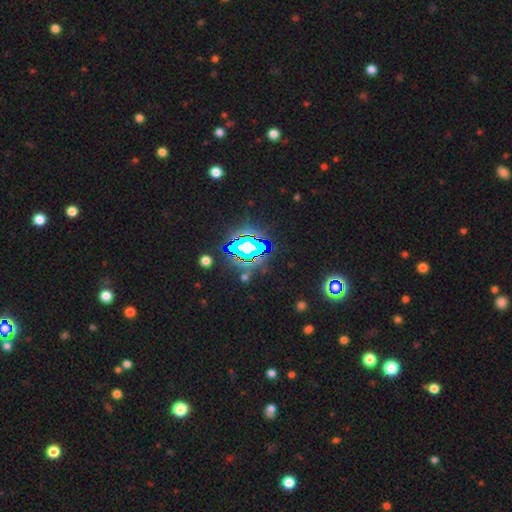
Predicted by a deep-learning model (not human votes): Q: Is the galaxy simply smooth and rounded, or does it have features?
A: star or artifact — 77%.